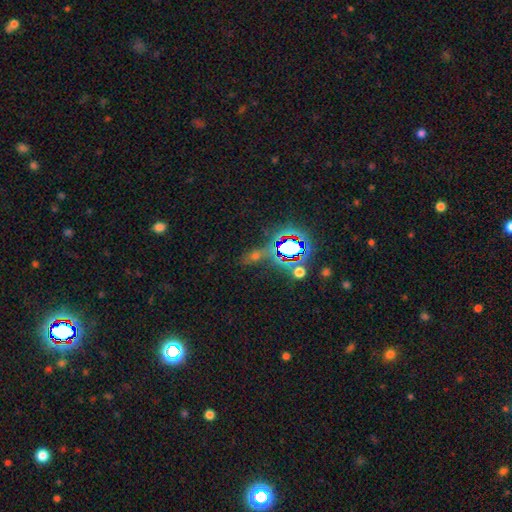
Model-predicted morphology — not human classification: smooth-or-featured: star or artifact: 57% | smooth: 29% | featured or disk: 14%